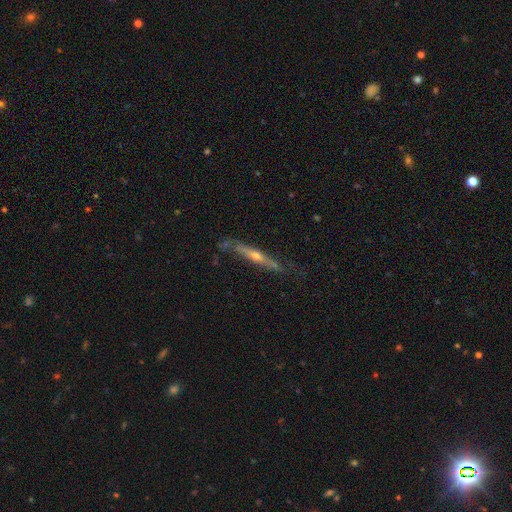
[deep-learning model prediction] A featured or disk galaxy (70%) viewed edge-on (93%) with a rounded central bulge (80%).

Vote fractions:
- Smooth or featured? featured or disk: 70% / smooth: 23% / star or artifact: 6%
- Edge-on disk? yes: 93% / no: 7%
- Edge-on bulge? rounded: 80% / none: 17% / boxy: 4%
- Merging? none: 69% / minor disturbance: 22% / major disturbance: 5% / merger: 4%